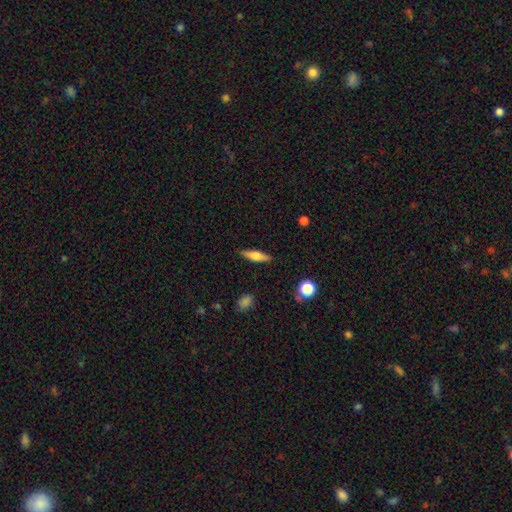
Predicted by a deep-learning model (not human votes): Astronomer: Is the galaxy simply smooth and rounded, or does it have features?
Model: smooth — 57% (runner-up: featured or disk, 36%).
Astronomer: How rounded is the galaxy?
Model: cigar-shaped — 61%.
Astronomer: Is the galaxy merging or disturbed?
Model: none — 87%.